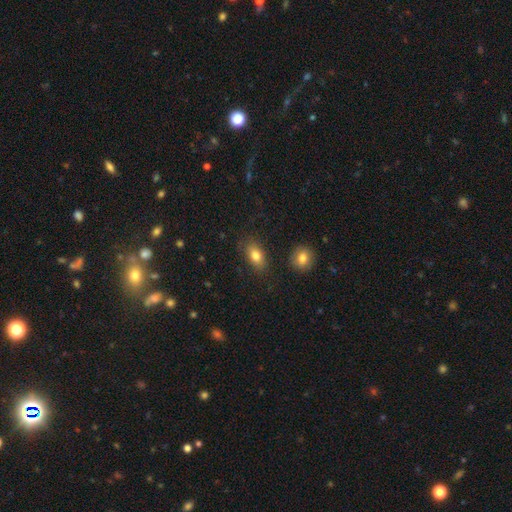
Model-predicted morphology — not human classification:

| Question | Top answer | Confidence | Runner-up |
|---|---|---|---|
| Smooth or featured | smooth | 81% | featured or disk (11%) |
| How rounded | in between | 86% | round (10%) |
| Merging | none | 79% | minor disturbance (14%) |